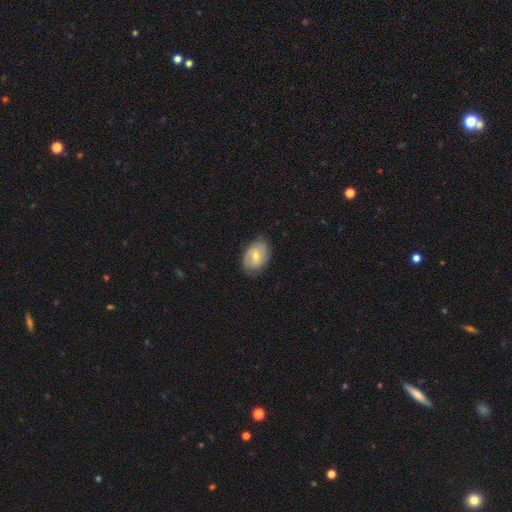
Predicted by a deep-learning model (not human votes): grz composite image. It shows a featured or disk galaxy (50%). Merging: none (79%).